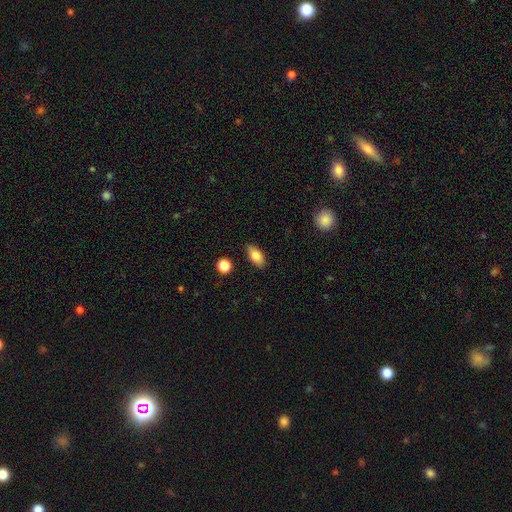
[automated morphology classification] A smooth galaxy with no disk features (80%) that is in between round and cigar-shaped (87%). Merging: none (86%).